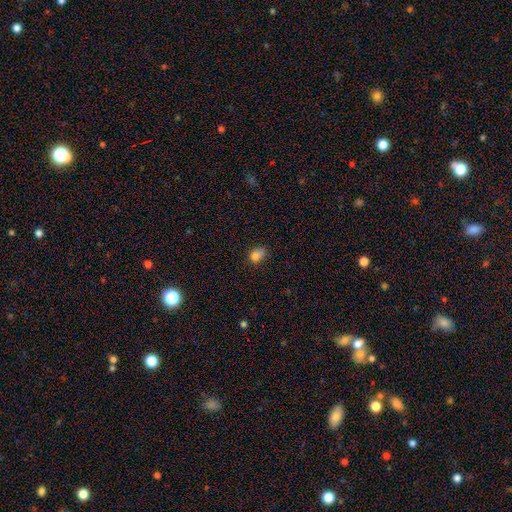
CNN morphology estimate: smooth_or_featured: smooth (p=0.81) [alt: star or artifact p=0.13]
how_rounded: in between (p=0.70) [alt: round p=0.28]
merging: none (p=0.58) [alt: minor disturbance p=0.30]